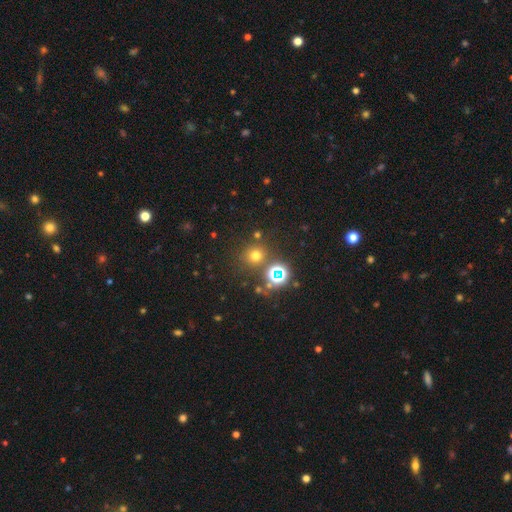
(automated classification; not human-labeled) Smooth or featured: smooth — 64% (star or artifact — 29%)
How rounded: round — 91% (in between — 8%)
Merging: none — 79% (merger — 9%)